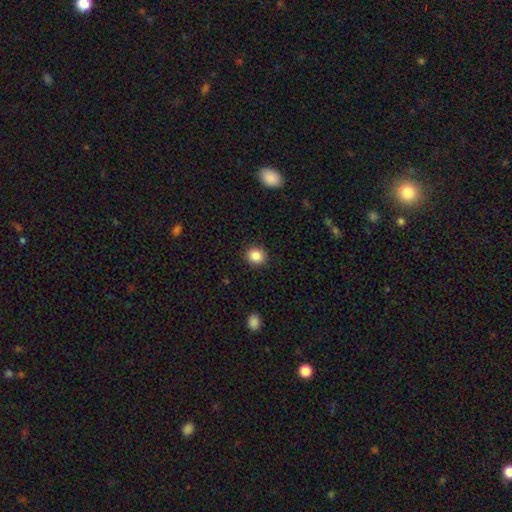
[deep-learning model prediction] A smooth galaxy with no disk features (86%) that is round (81%).

Vote fractions:
- Smooth or featured? smooth: 86% / star or artifact: 10% / featured or disk: 4%
- How rounded? round: 81% / in between: 19% / cigar-shaped: 1%
- Merging? none: 90% / minor disturbance: 6% / major disturbance: 2% / merger: 1%